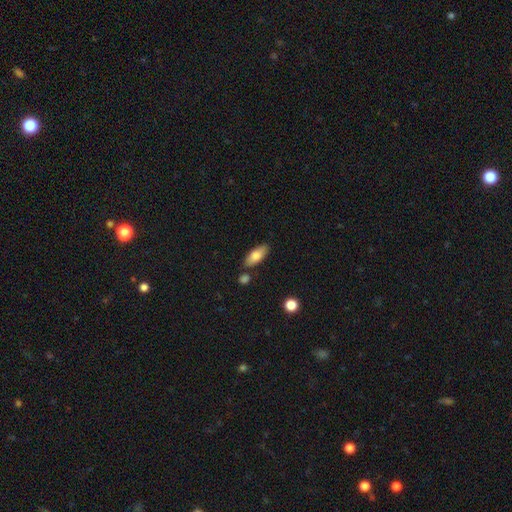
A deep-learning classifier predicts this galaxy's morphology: Smooth or featured: smooth — 78% (featured or disk — 16%)
How rounded: in between — 79% (cigar-shaped — 18%)
Merging: none — 78% (minor disturbance — 13%)